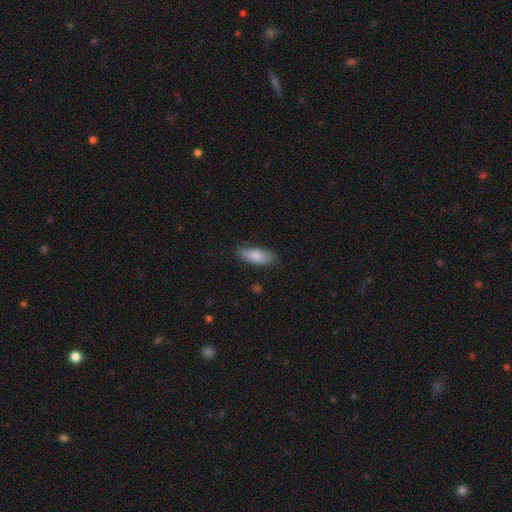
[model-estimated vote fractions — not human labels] Q: Smooth or featured?
A: smooth (83%); runner-up: featured or disk (10%)
Q: How rounded?
A: in between (73%); runner-up: cigar-shaped (25%)
Q: Merging?
A: none (80%); runner-up: minor disturbance (16%)